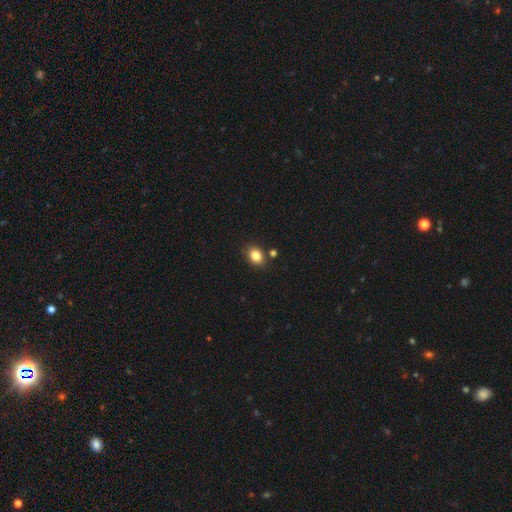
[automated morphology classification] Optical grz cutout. It shows a smooth galaxy with no disk features (84%) that is in between round and cigar-shaped (59%). Merging: none (80%).